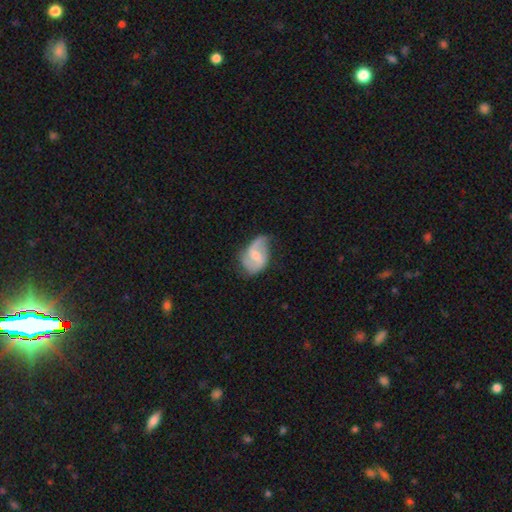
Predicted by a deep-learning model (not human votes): featured or disk 75%, smooth 20%, star or artifact 6%. Down the decision tree: edge-on disk — no (98%); bar — weak (55%); spiral arms — yes (92%); spiral arm count — 2 (83%); spiral winding — loose (48%); bulge size — small (47%); merging — none (53%).